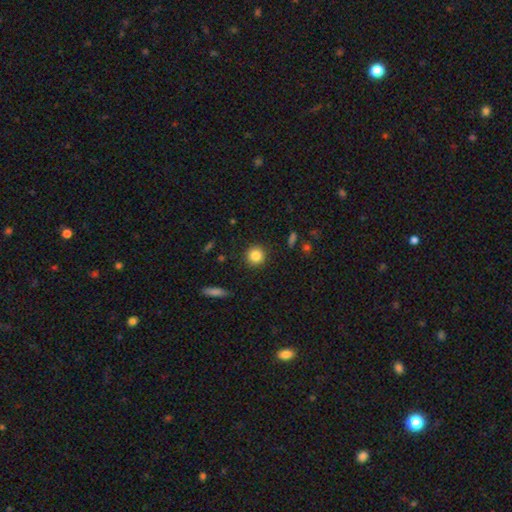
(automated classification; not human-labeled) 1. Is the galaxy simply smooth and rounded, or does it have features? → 84% smooth, 10% star or artifact, 6% featured or disk.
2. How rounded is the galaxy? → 93% round, 5% in between, 1% cigar-shaped.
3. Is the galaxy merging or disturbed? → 91% none, 6% minor disturbance, 2% major disturbance, 1% merger.